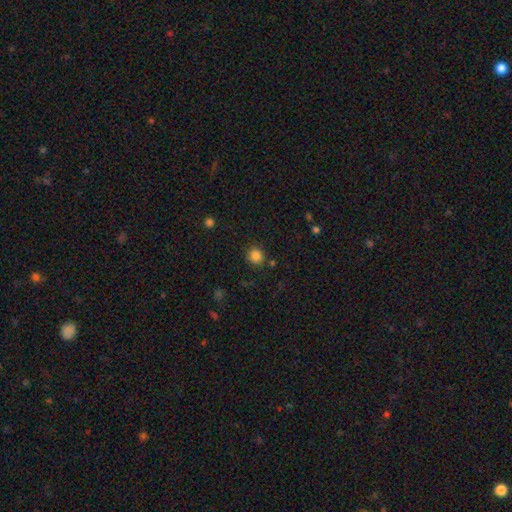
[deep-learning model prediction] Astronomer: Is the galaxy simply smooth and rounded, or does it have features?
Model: smooth — 84%.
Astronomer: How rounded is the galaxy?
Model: round — 87%.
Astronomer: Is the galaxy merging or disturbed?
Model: none — 85%.